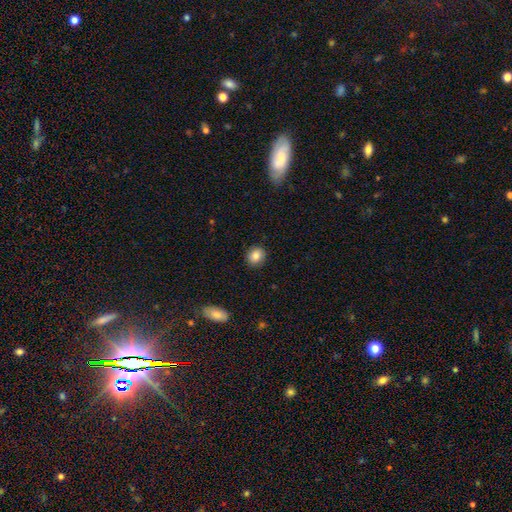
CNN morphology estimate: This appears to be a smooth galaxy with no disk features (85%) that is round (73%). Merging: none (90%).